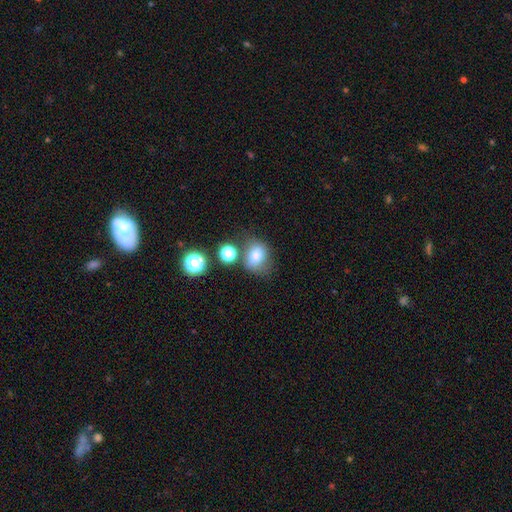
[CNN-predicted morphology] Overall: smooth (75%). How rounded: round (51%; in between 48%). Merging: none (63%).